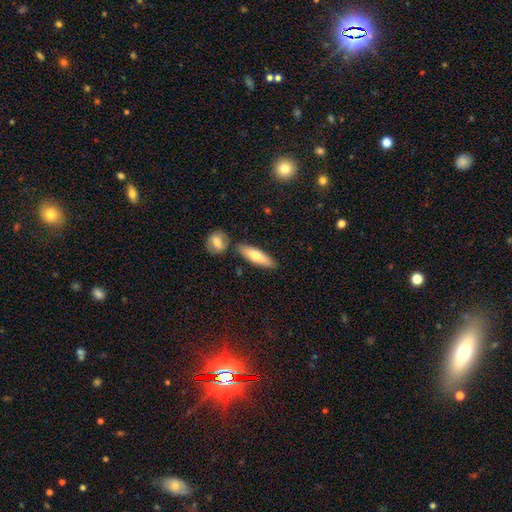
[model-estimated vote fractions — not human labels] Overall: smooth (68%). How rounded: cigar-shaped (62%; in between 36%). Merging: none (78%).